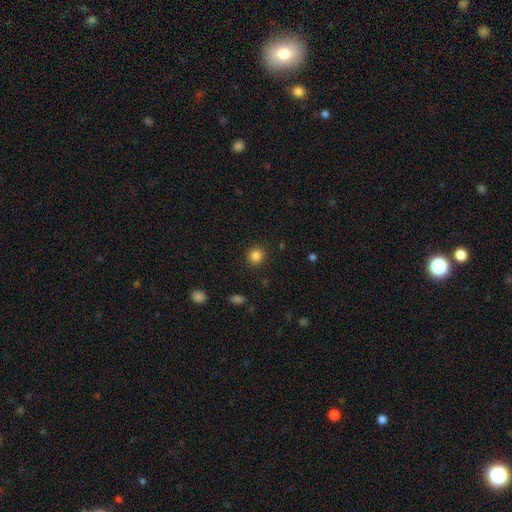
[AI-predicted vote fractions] Overall: smooth (84%). How rounded: round (91%). Merging: none (91%).